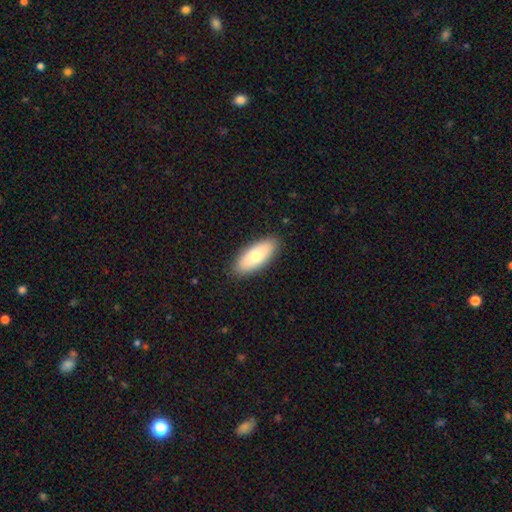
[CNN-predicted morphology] type=smooth (75%); roundness=in between (80%); merging=none (89%).